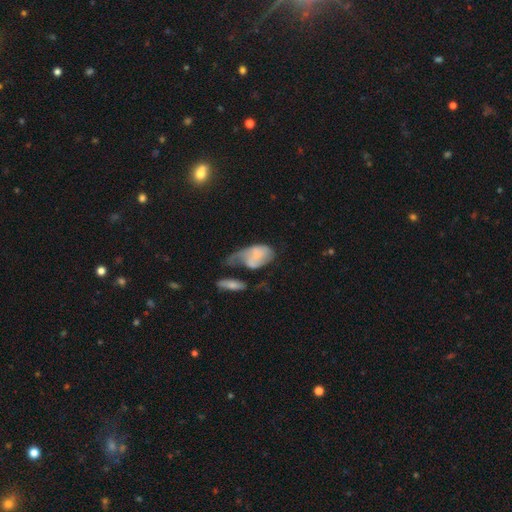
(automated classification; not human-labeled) This appears to be a smooth galaxy with no disk features (54%) that is in between round and cigar-shaped (90%). Merging: major disturbance (41%).